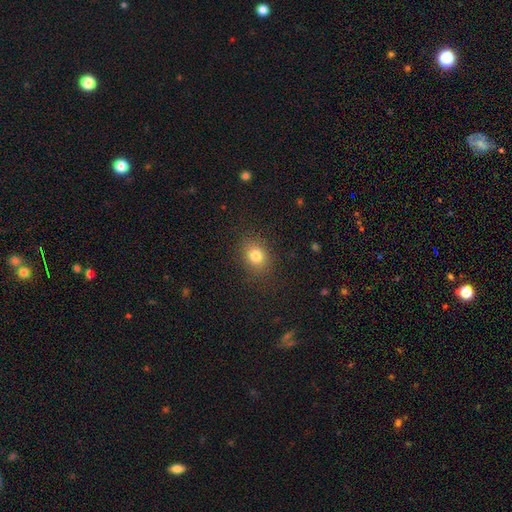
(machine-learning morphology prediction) Q: Smooth or featured?
A: smooth (81%); runner-up: star or artifact (12%)
Q: How rounded?
A: round (54%); runner-up: in between (45%)
Q: Merging?
A: none (86%); runner-up: minor disturbance (10%)